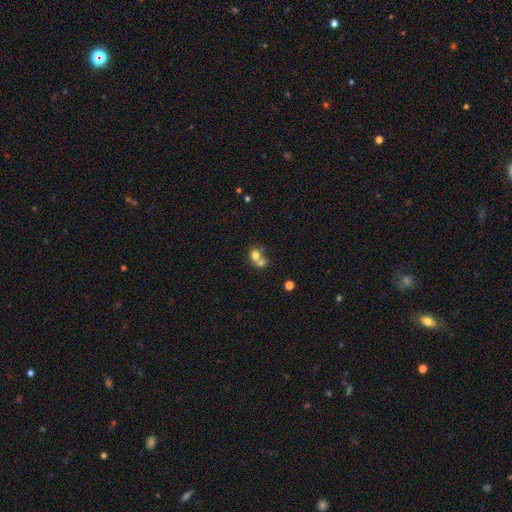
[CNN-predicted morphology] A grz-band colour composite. It shows a smooth galaxy with no disk features (72%) that is round (68%). Merging: merger (64%).